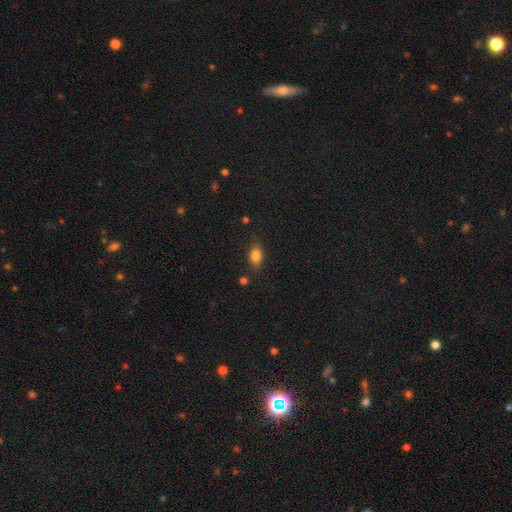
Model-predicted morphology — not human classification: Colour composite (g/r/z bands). It shows a smooth galaxy with no disk features (83%) that is in between round and cigar-shaped (81%). Merging: none (81%).